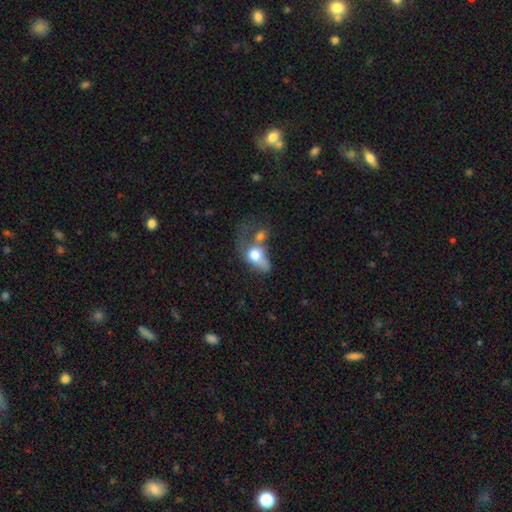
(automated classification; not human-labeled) Smooth or featured: smooth — 64% (featured or disk — 27%)
How rounded: in between — 71% (round — 26%)
Merging: merger — 49% (major disturbance — 31%)